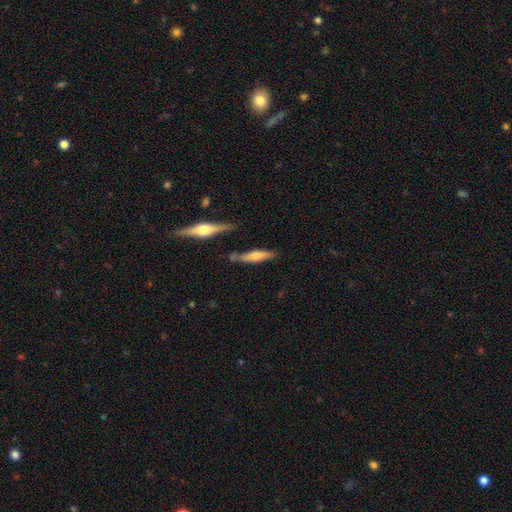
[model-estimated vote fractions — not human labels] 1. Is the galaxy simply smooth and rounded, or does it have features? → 54% smooth, 40% featured or disk, 6% star or artifact.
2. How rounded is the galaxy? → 75% cigar-shaped, 23% in between, 2% round.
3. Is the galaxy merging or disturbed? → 70% none, 17% minor disturbance, 9% merger, 4% major disturbance.